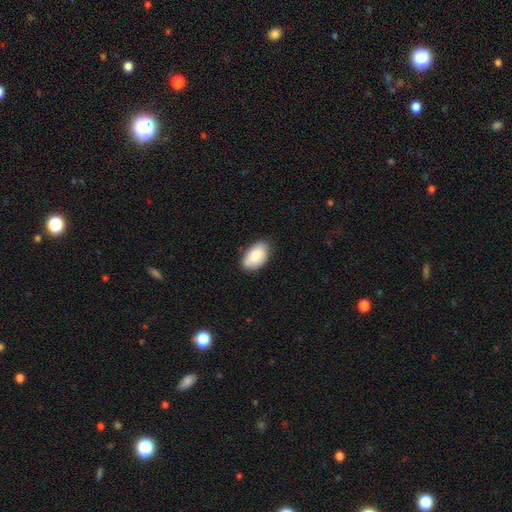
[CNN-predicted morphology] A smooth galaxy with no disk features (84%) that is in between round and cigar-shaped (94%). Merging: none (80%).